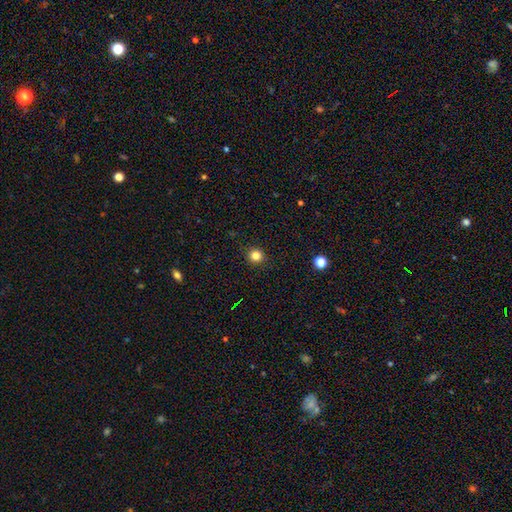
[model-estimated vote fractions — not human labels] Q: Smooth or featured?
A: smooth (82%); runner-up: star or artifact (13%)
Q: How rounded?
A: round (92%); runner-up: in between (7%)
Q: Merging?
A: none (92%); runner-up: minor disturbance (5%)